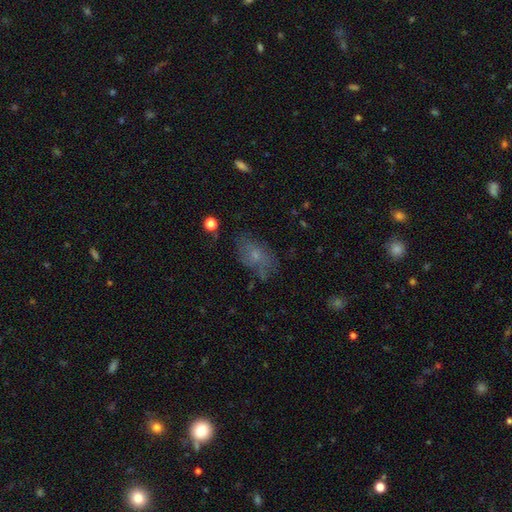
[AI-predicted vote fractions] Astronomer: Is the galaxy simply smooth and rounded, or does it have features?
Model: smooth — 53% (runner-up: featured or disk, 34%).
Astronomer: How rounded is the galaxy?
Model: in between — 86%.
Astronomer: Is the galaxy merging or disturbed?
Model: none — 58%.